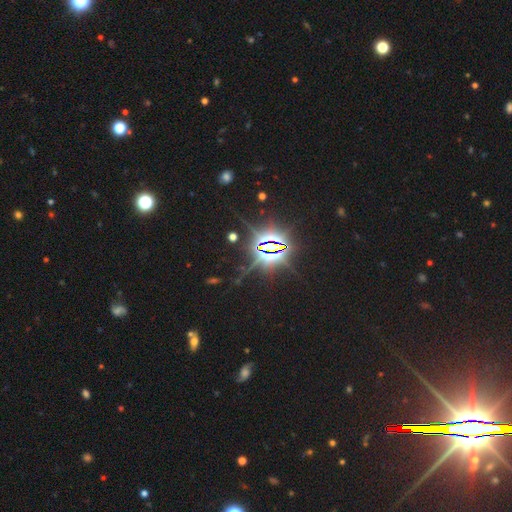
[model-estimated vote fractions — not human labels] The model was most divided on "smooth or featured": star or artifact: 84%, smooth: 9%, featured or disk: 8%.